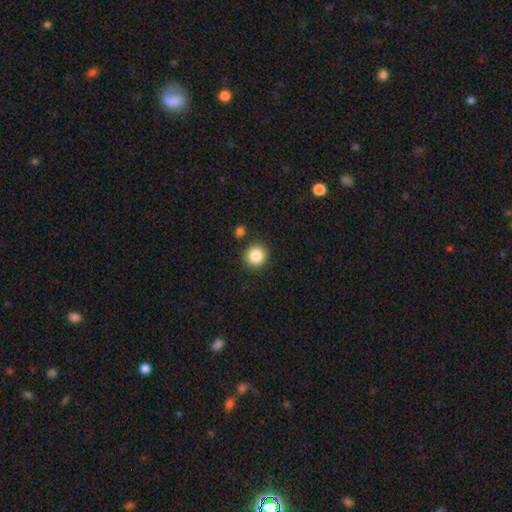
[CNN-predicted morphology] smooth-or-featured: smooth: 86% | star or artifact: 9% | featured or disk: 4%
  how-rounded: round: 92% | in between: 7% | cigar-shaped: 1%
  merging: none: 88% | minor disturbance: 7% | merger: 3% | major disturbance: 2%